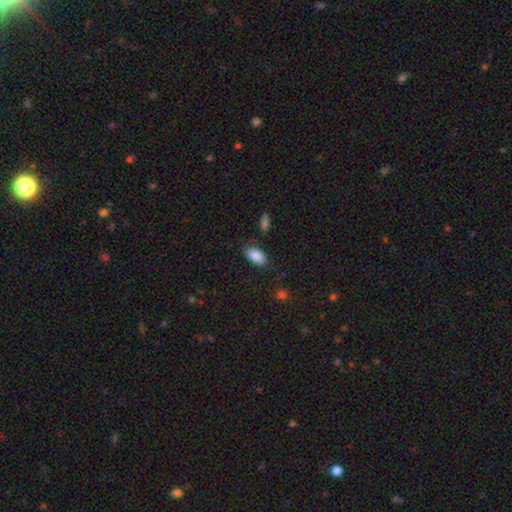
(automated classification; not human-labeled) Smooth or featured?
  - smooth: 88% *
  - star or artifact: 7%
  - featured or disk: 5%
How rounded?
  - in between: 93% *
  - cigar-shaped: 4%
  - round: 3%
Merging?
  - none: 80% *
  - minor disturbance: 14%
  - major disturbance: 3%
  - merger: 2%